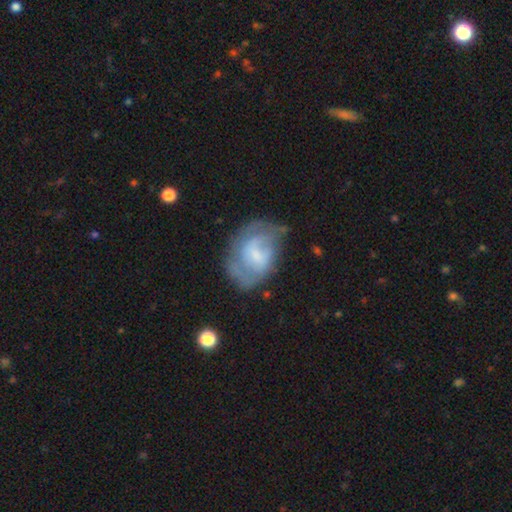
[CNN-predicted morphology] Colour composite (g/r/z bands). It shows a featured or disk galaxy (60%) with a weak bar (45%), spiral arms (70%) and a small central bulge (37%). Merging: none (50%).